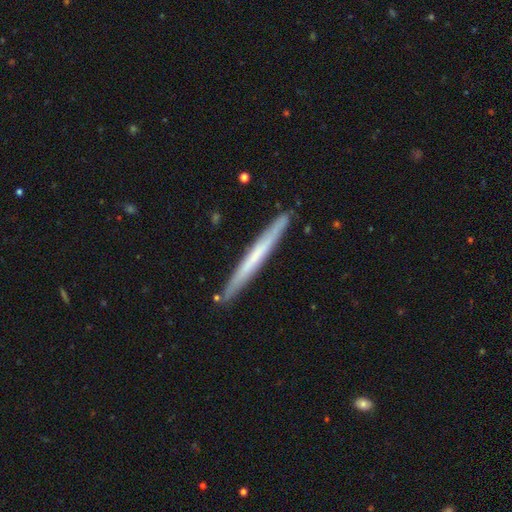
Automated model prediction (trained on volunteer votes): Q: Smooth or featured?
A: featured or disk (49%); runner-up: smooth (46%)
Q: Merging?
A: none (90%); runner-up: minor disturbance (7%)